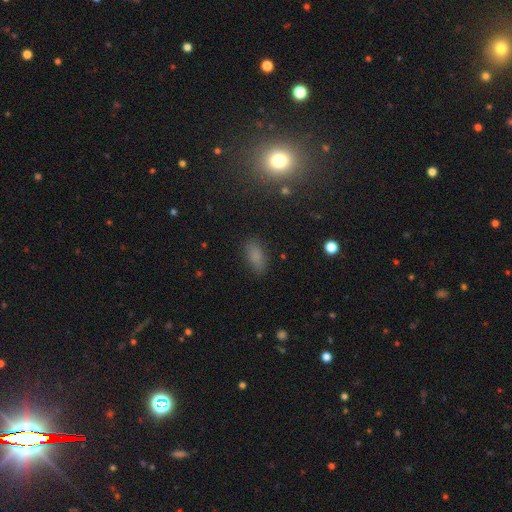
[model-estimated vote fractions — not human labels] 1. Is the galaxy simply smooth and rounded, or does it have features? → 80% smooth, 14% star or artifact, 6% featured or disk.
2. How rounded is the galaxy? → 85% in between, 11% cigar-shaped, 4% round.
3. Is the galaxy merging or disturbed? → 83% none, 12% minor disturbance, 4% major disturbance, 2% merger.